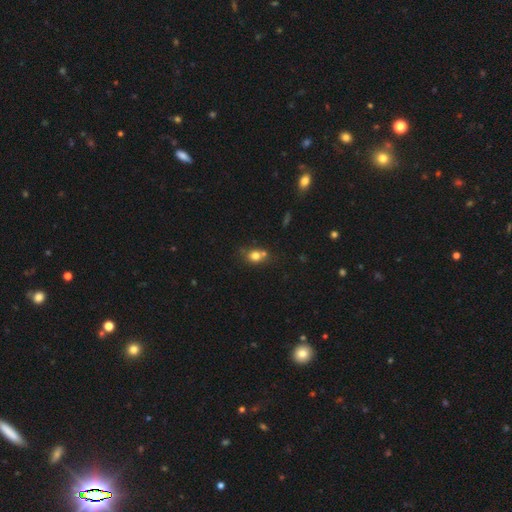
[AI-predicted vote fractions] A smooth galaxy with no disk features (75%) that is round (60%).

Vote fractions:
- Smooth or featured? smooth: 75% / featured or disk: 13% / star or artifact: 12%
- How rounded? round: 60% / in between: 38% / cigar-shaped: 2%
- Merging? none: 48% / merger: 33% / minor disturbance: 15% / major disturbance: 5%